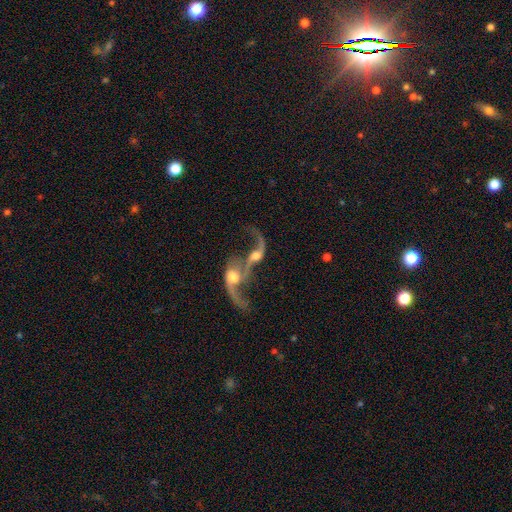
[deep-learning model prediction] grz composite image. It shows a featured or disk galaxy (73%) with no bar (65%), 2 (60%) loose (89%) spiral arms (78%) and a moderate central bulge (53%). Merging: merger (82%).